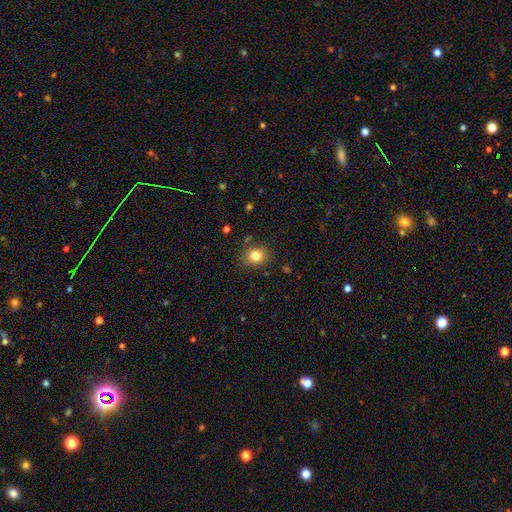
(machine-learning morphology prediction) A smooth galaxy with no disk features (82%) that is round (68%). Merging: none (85%).